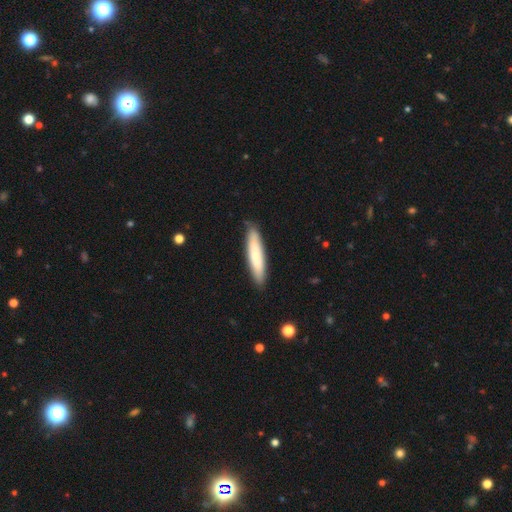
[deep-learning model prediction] Morphology: type=smooth (70%); roundness=cigar-shaped (85%); merging=none (87%).